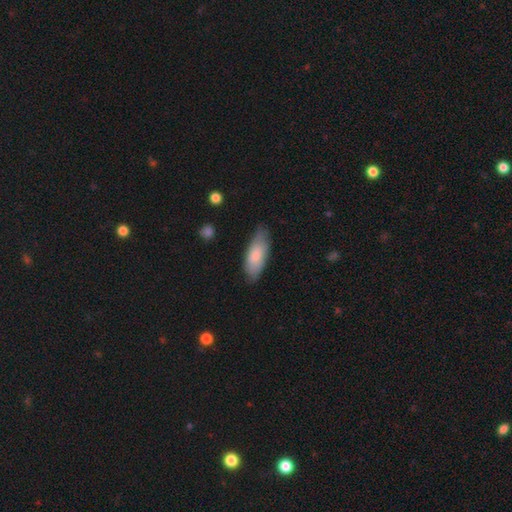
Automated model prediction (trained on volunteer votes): smooth-or-featured: smooth: 79% | featured or disk: 15% | star or artifact: 5%
  how-rounded: in between: 74% | cigar-shaped: 25% | round: 2%
  merging: none: 73% | minor disturbance: 21% | major disturbance: 4% | merger: 1%